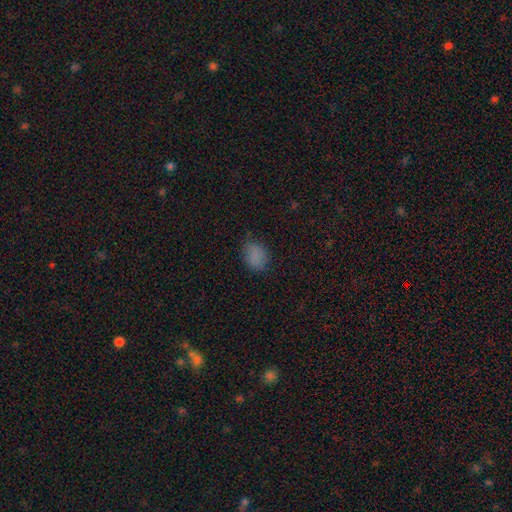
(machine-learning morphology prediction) smooth_or_featured: smooth (p=0.80) [alt: star or artifact p=0.13]
how_rounded: in between (p=0.65) [alt: round p=0.33]
merging: none (p=0.70) [alt: minor disturbance p=0.23]